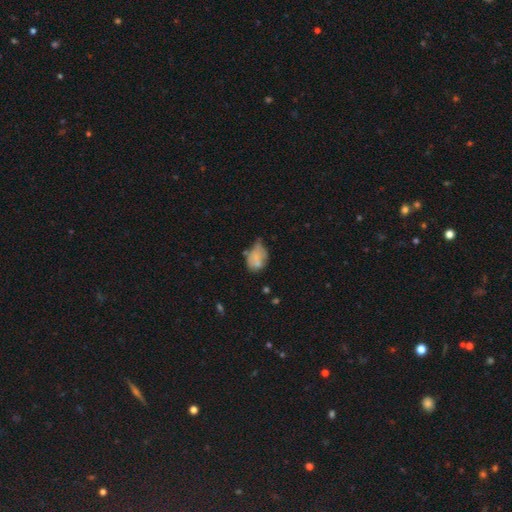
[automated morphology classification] smooth-or-featured: smooth: 67% | featured or disk: 22% | star or artifact: 11%
  how-rounded: in between: 80% | round: 19% | cigar-shaped: 1%
  merging: minor disturbance: 41% | none: 28% | major disturbance: 22% | merger: 10%